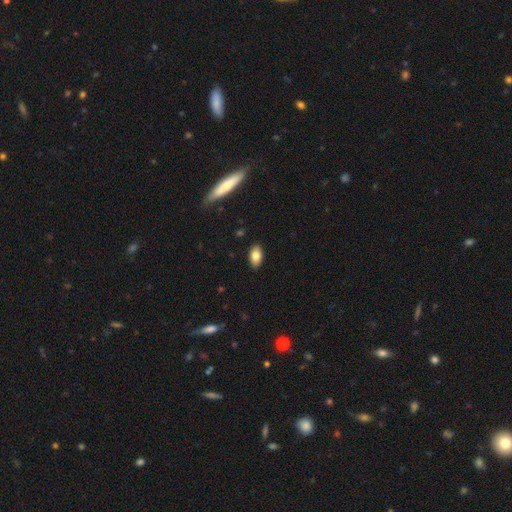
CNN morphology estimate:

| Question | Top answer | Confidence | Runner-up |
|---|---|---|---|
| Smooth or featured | smooth | 81% | featured or disk (11%) |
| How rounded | in between | 93% | round (4%) |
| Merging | none | 88% | minor disturbance (9%) |